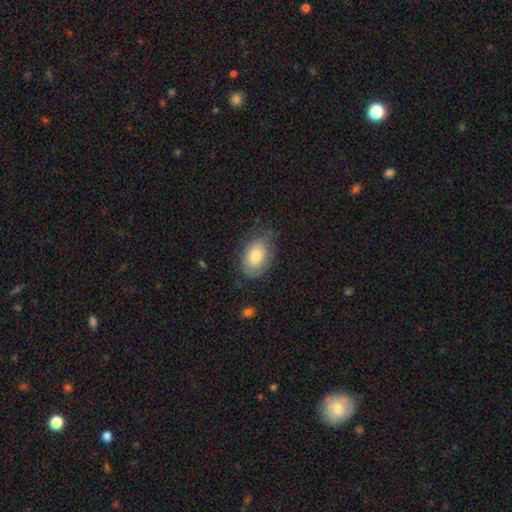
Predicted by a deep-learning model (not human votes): Smooth or featured? smooth (75%)
How rounded? in between (87%)
Merging? none (69%)